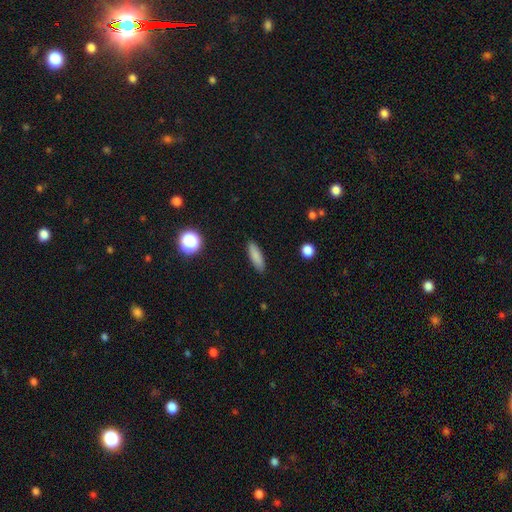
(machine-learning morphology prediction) Smooth or featured?
  - smooth: 84% *
  - star or artifact: 8%
  - featured or disk: 8%
How rounded?
  - cigar-shaped: 54% *
  - in between: 44%
  - round: 3%
Merging?
  - none: 90% *
  - minor disturbance: 7%
  - major disturbance: 2%
  - merger: 1%